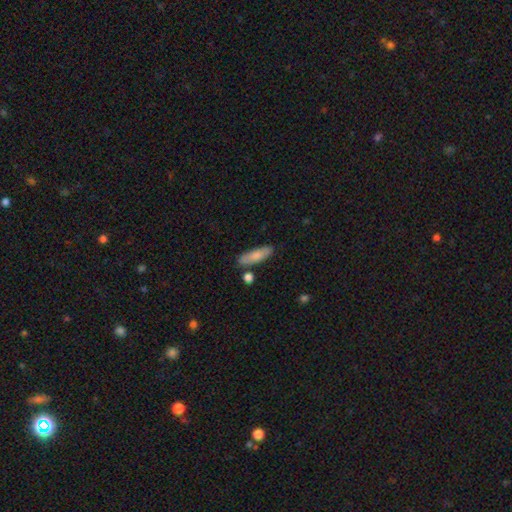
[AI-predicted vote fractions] smooth 79%, featured or disk 15%, star or artifact 6%. Down the decision tree: how rounded — cigar-shaped (49%); merging — none (75%).